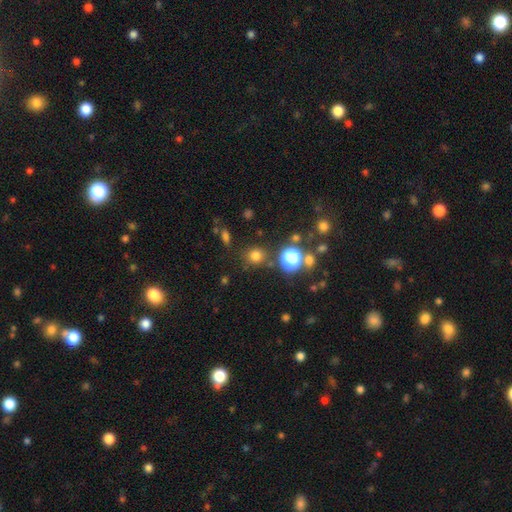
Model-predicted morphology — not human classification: Q: Smooth or featured?
A: smooth (74%); runner-up: star or artifact (21%)
Q: How rounded?
A: round (87%); runner-up: in between (12%)
Q: Merging?
A: none (82%); runner-up: minor disturbance (10%)